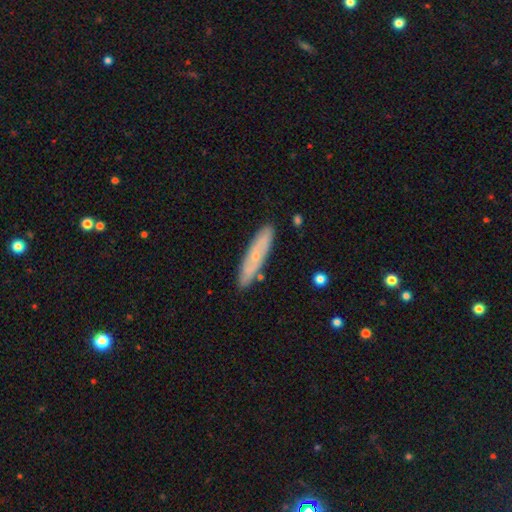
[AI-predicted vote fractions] Smooth or featured?
  - featured or disk: 49% *
  - smooth: 44%
  - star or artifact: 7%
Merging?
  - none: 85% *
  - minor disturbance: 11%
  - major disturbance: 2%
  - merger: 2%